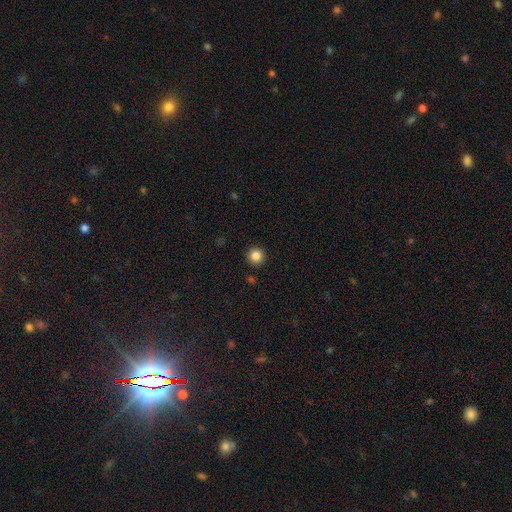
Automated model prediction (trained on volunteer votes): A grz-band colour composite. It shows a smooth galaxy with no disk features (84%) that is round (95%). Merging: none (92%).